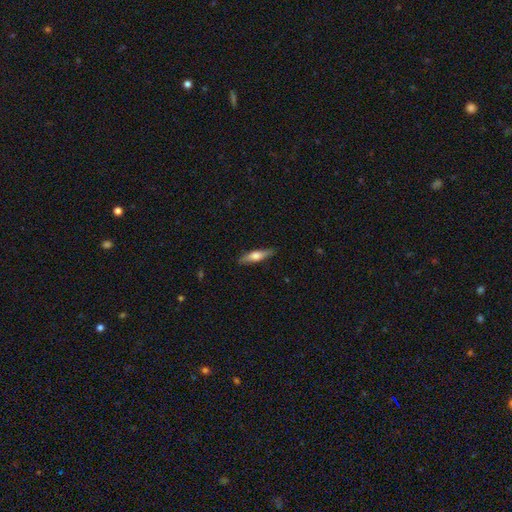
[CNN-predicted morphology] This appears to be a smooth galaxy with no disk features (48%). Merging: none (87%).